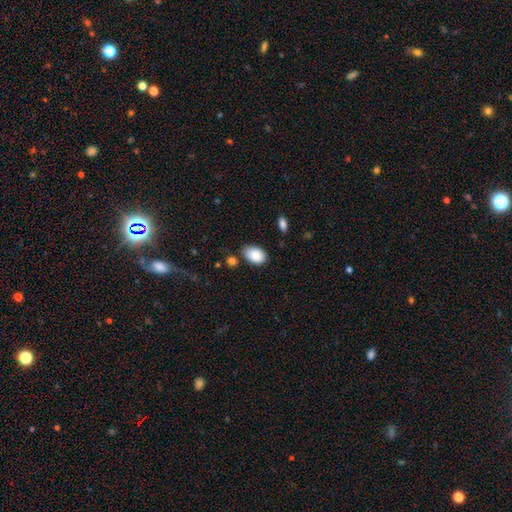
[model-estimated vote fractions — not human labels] Smooth or featured? Predicted: smooth (p=0.87). How rounded? Predicted: in between (p=0.89). Merging? Predicted: none (p=0.72).